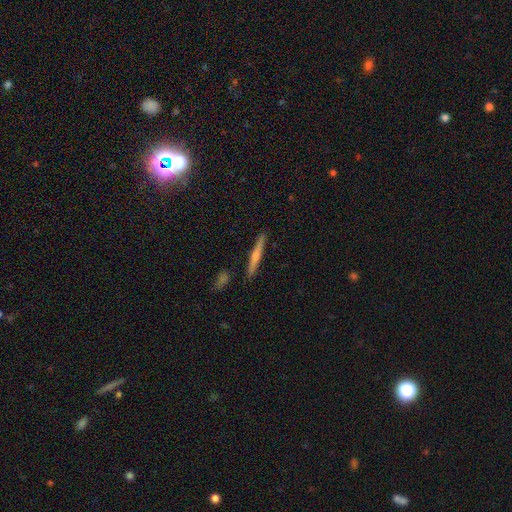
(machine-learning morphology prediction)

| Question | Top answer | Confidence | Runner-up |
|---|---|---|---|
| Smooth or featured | smooth | 58% | featured or disk (36%) |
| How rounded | cigar-shaped | 95% | in between (3%) |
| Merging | none | 89% | minor disturbance (7%) |